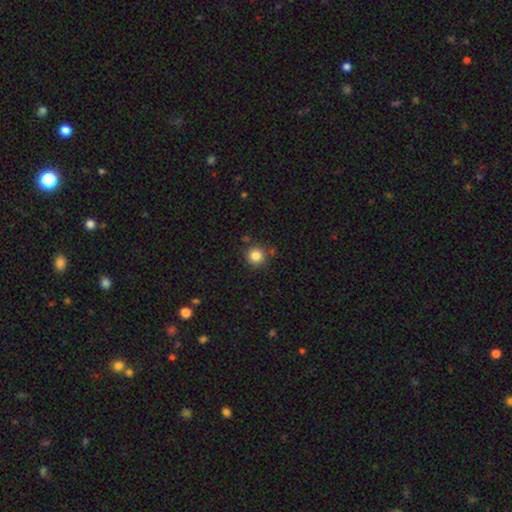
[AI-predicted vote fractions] A smooth galaxy with no disk features (84%) that is round (94%). Merging: none (84%).